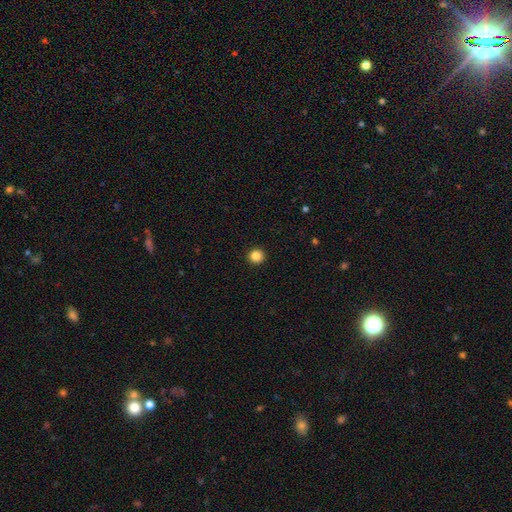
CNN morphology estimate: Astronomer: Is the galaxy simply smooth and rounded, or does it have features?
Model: smooth — 85%.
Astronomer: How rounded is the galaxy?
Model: round — 95%.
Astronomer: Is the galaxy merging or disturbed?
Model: none — 94%.